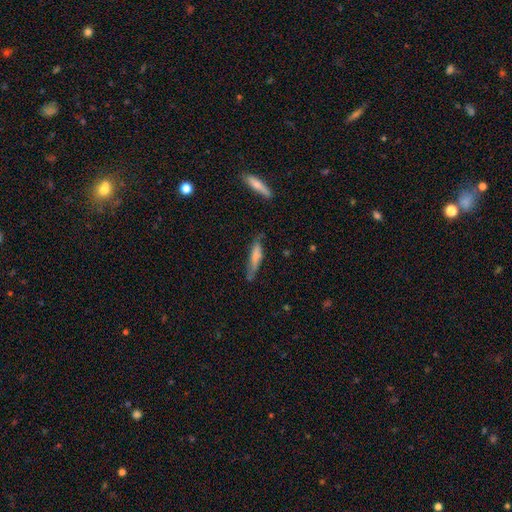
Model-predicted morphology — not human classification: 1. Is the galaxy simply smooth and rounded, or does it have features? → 66% smooth, 28% featured or disk, 6% star or artifact.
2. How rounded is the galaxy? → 83% cigar-shaped, 15% in between, 2% round.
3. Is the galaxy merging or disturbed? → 60% none, 29% minor disturbance, 9% major disturbance, 3% merger.